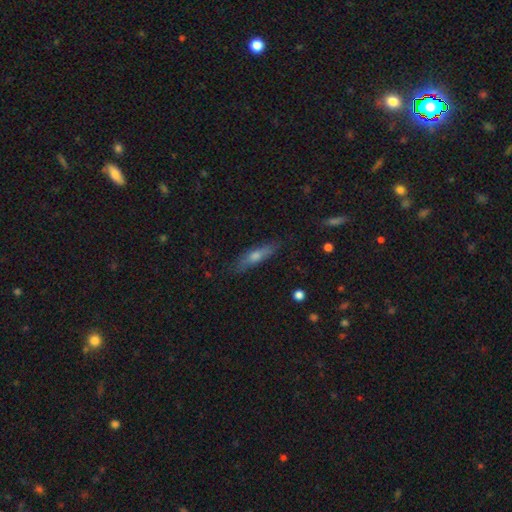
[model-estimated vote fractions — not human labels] This appears to be a smooth galaxy with no disk features (47%). Merging: none (85%).